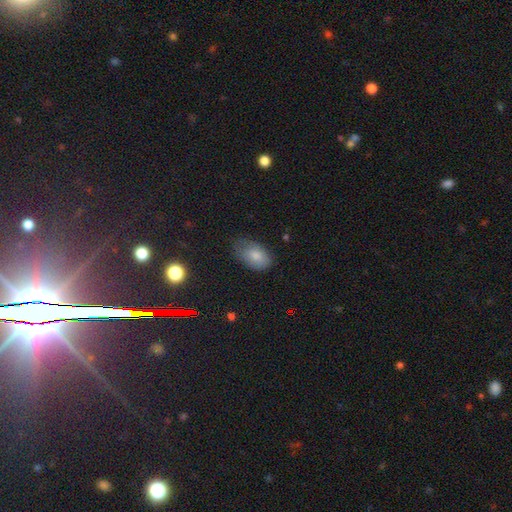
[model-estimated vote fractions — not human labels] Q: Smooth or featured?
A: smooth (80%); runner-up: featured or disk (11%)
Q: How rounded?
A: in between (91%); runner-up: round (8%)
Q: Merging?
A: none (59%); runner-up: minor disturbance (31%)